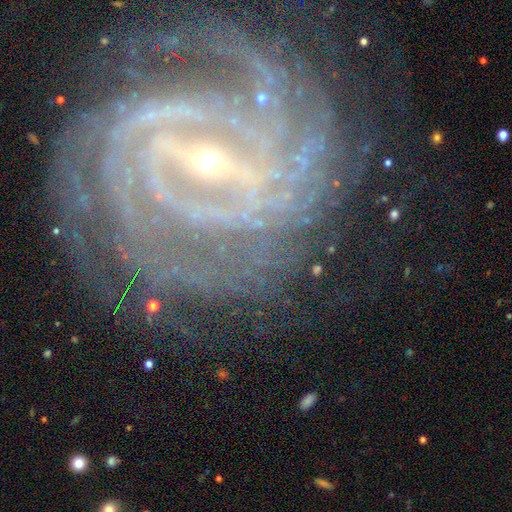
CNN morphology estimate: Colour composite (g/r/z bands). It shows a featured or disk galaxy (91%) with a strong bar (64%), tight (73%) spiral arms (97%) and a small central bulge (83%). Merging: none (75%).